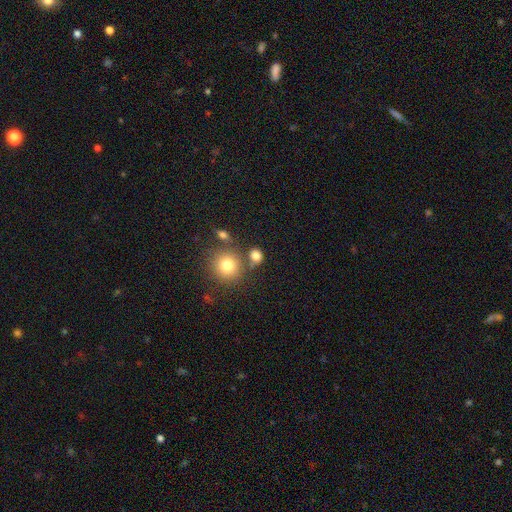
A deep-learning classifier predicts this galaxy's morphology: A smooth galaxy with no disk features (80%) that is round (74%).

Vote fractions:
- Smooth or featured? smooth: 80% / star or artifact: 13% / featured or disk: 7%
- How rounded? round: 74% / in between: 25% / cigar-shaped: 1%
- Merging? none: 64% / merger: 18% / minor disturbance: 12% / major disturbance: 5%